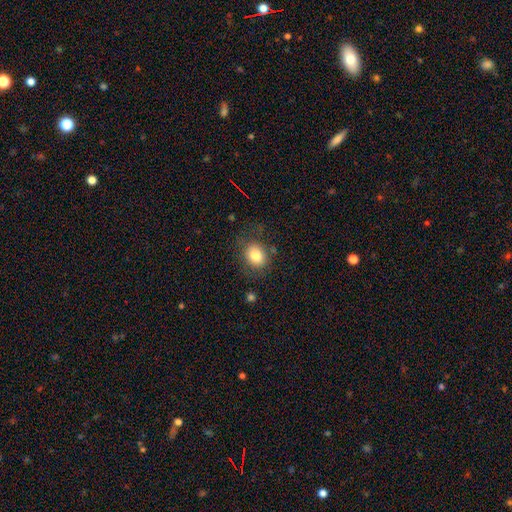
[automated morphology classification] Smooth or featured? smooth (81%)
How rounded? round (61%)
Merging? none (76%)